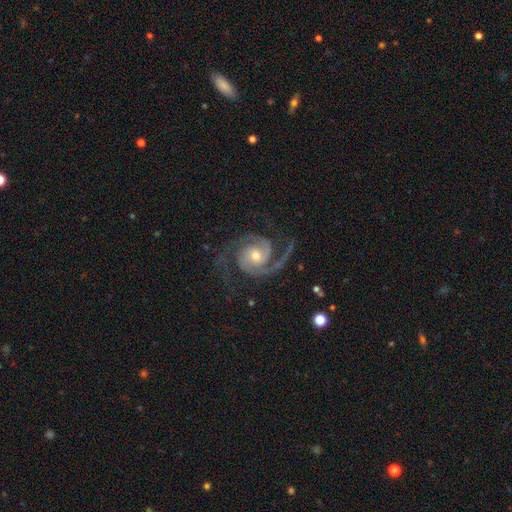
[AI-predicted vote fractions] Smooth or featured? Predicted: featured or disk (p=0.94). Edge-on disk? Predicted: no (p=0.98). Bar? Predicted: no (p=0.64). Spiral arms? Predicted: yes (p=0.99). Spiral winding? Predicted: medium (p=0.50). Spiral arm count? Predicted: 2 (p=0.78). Bulge size? Predicted: moderate (p=0.56). Merging? Predicted: none (p=0.76).